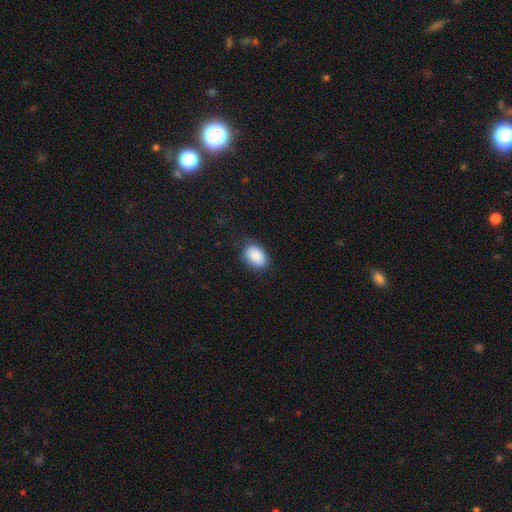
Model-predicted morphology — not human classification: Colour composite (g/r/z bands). It shows a smooth galaxy with no disk features (88%) that is in between round and cigar-shaped (87%). Merging: none (75%).